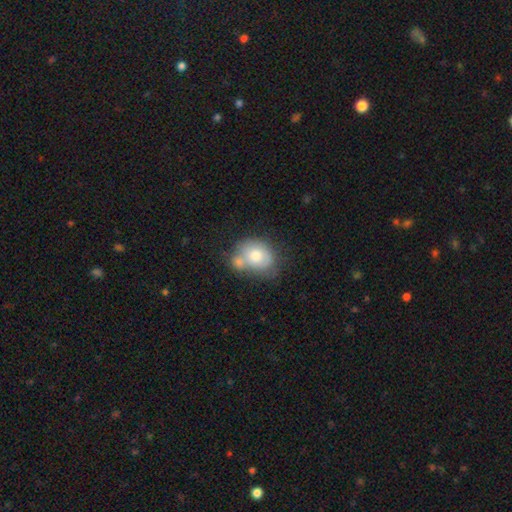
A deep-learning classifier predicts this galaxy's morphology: type=smooth (70%); roundness=round (53%); merging=merger (45%).